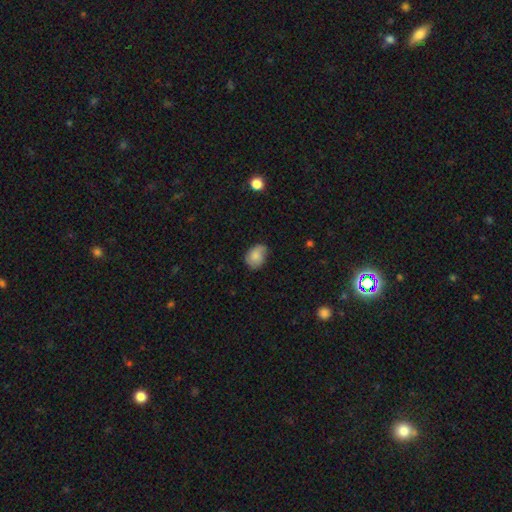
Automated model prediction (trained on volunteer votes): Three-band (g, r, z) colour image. It shows a smooth galaxy with no disk features (75%) that is in between round and cigar-shaped (65%). Merging: none (60%).